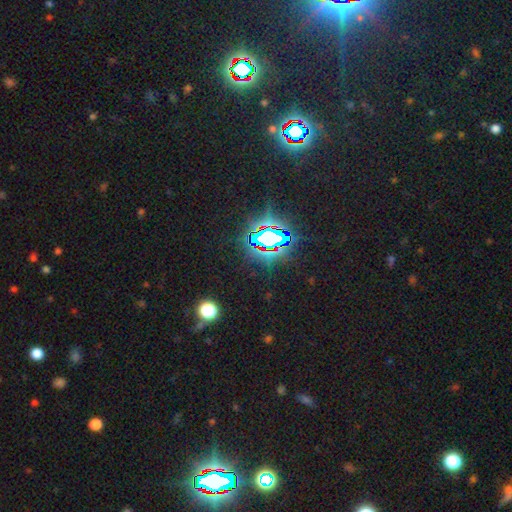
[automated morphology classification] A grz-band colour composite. It shows a star or artifact, not a galaxy (81%).